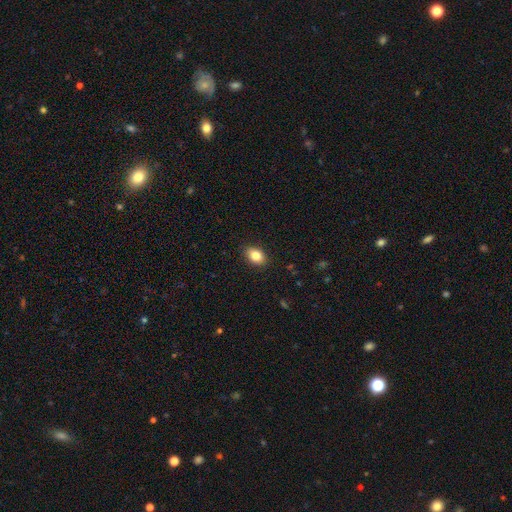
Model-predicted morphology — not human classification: Smooth or featured: smooth — 84% (star or artifact — 9%)
How rounded: in between — 80% (round — 18%)
Merging: none — 88% (minor disturbance — 9%)